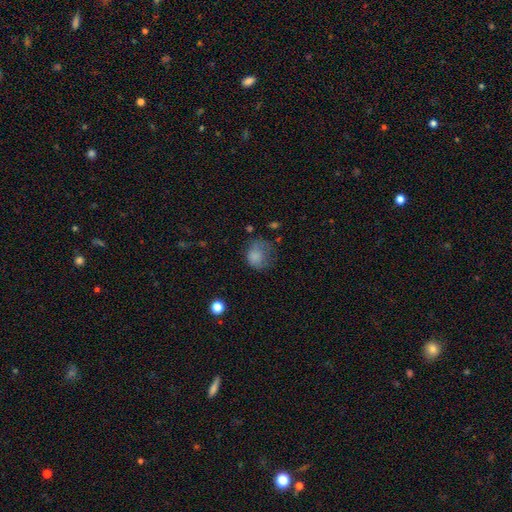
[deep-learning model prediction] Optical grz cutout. It shows a smooth galaxy with no disk features (76%) that is round (65%). Merging: none (40%).